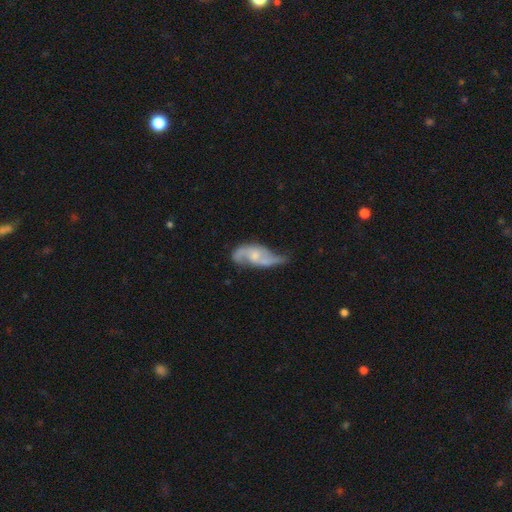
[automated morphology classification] Smooth or featured? Predicted: featured or disk (p=0.77). Edge-on disk? Predicted: no (p=0.94). Bar? Predicted: no (p=0.56). Spiral arms? Predicted: yes (p=0.90). Spiral winding? Predicted: loose (p=0.56). Spiral arm count? Predicted: 2 (p=0.86). Bulge size? Predicted: small (p=0.42). Merging? Predicted: none (p=0.42).